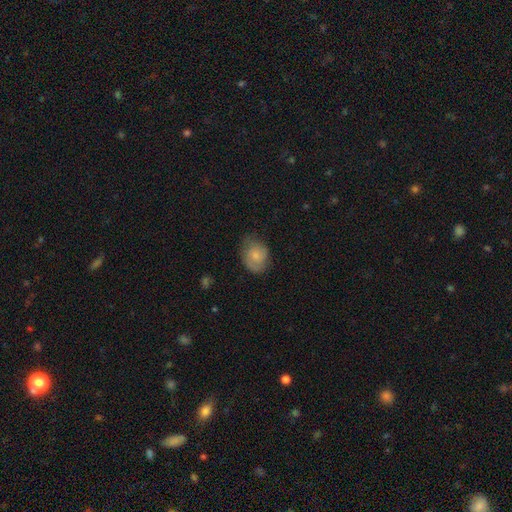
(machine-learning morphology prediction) The model was most divided on "how rounded": in between: 51%, round: 48%, cigar-shaped: 1%. More confident: smooth or featured — smooth (63%); merging — none (59%).